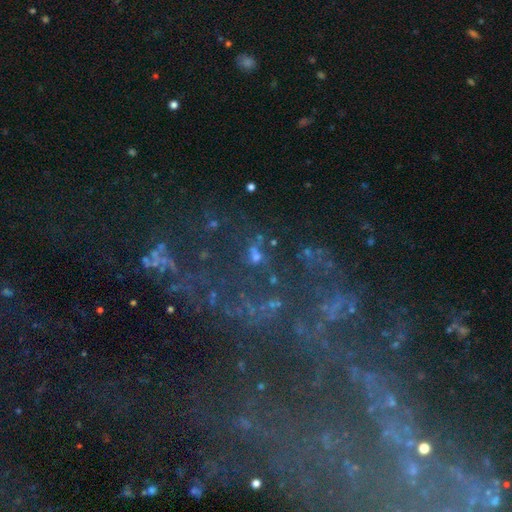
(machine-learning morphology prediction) A star or artifact, not a galaxy (46%).

Vote fractions:
- Smooth or featured? star or artifact: 46% / featured or disk: 28% / smooth: 26%